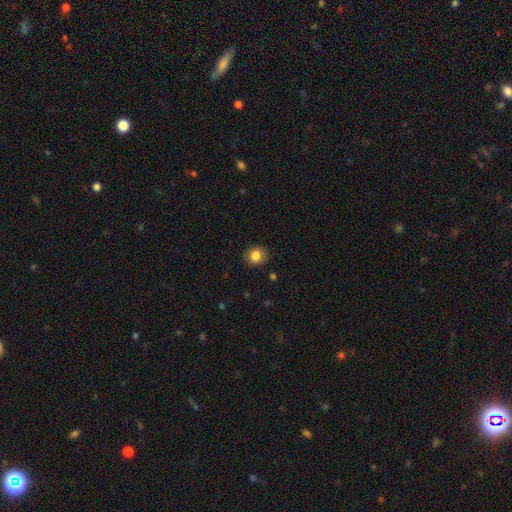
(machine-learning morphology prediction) smooth_or_featured: smooth (p=0.84) [alt: star or artifact p=0.10]
how_rounded: round (p=0.84) [alt: in between p=0.15]
merging: none (p=0.89) [alt: minor disturbance p=0.08]